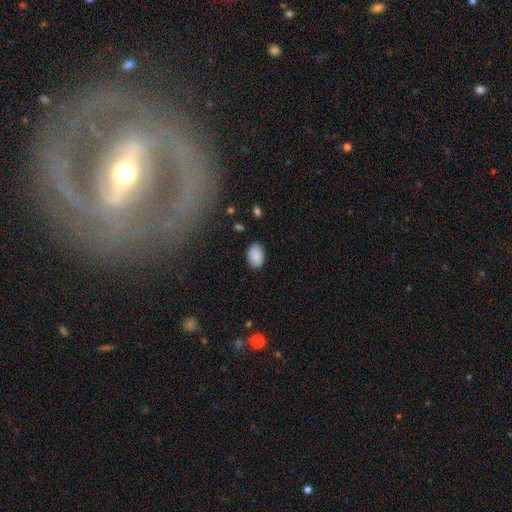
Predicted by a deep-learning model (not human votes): Overall: smooth (87%). How rounded: in between (89%). Merging: none (82%).